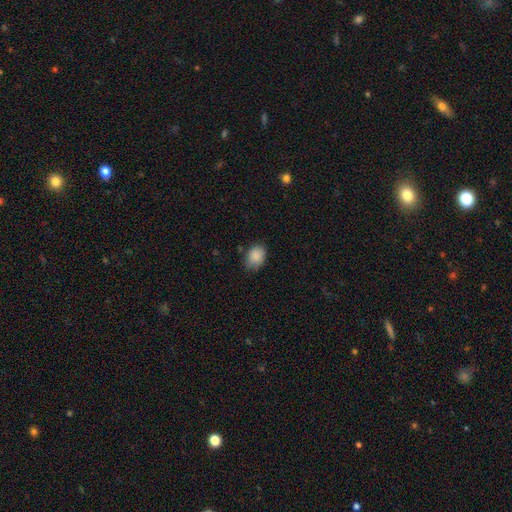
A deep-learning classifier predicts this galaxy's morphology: smooth-or-featured: smooth: 88% | star or artifact: 8% | featured or disk: 4%
  how-rounded: in between: 64% | round: 35% | cigar-shaped: 1%
  merging: none: 71% | minor disturbance: 24% | major disturbance: 4% | merger: 2%